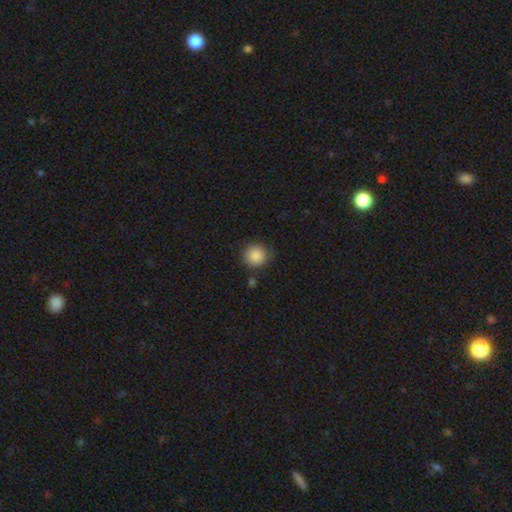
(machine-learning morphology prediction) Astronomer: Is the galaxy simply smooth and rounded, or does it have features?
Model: smooth — 88%.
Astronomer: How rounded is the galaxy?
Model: round — 92%.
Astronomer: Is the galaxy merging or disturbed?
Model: none — 80%.